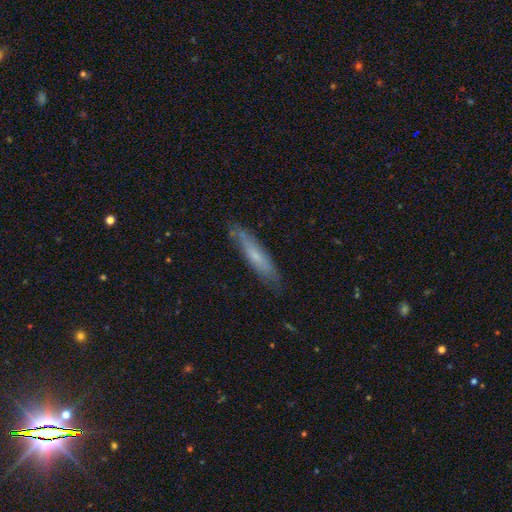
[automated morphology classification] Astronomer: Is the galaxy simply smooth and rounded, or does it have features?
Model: smooth — 55% (runner-up: featured or disk, 38%).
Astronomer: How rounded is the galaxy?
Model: cigar-shaped — 87%.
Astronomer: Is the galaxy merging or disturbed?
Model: none — 79%.